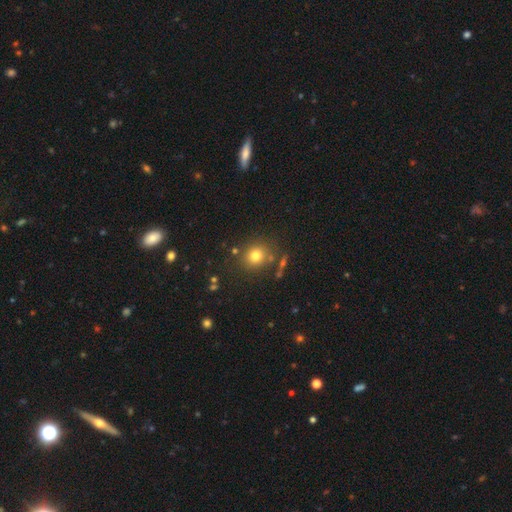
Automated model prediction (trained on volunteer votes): The model was most divided on "smooth or featured": smooth: 77%, star or artifact: 14%, featured or disk: 9%. More confident: how rounded — round (84%); merging — none (80%).